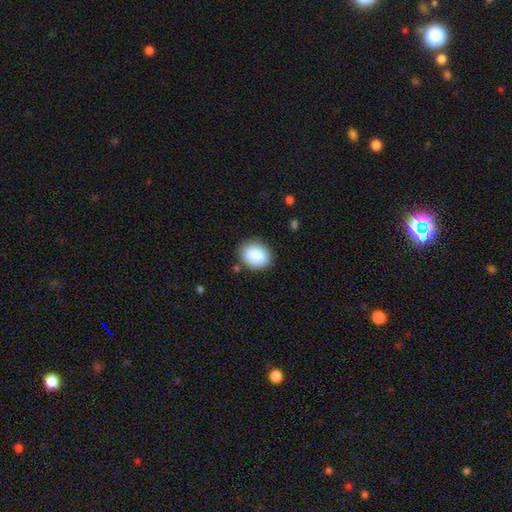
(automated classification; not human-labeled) Smooth or featured? smooth (89%)
How rounded? in between (69%)
Merging? none (84%)